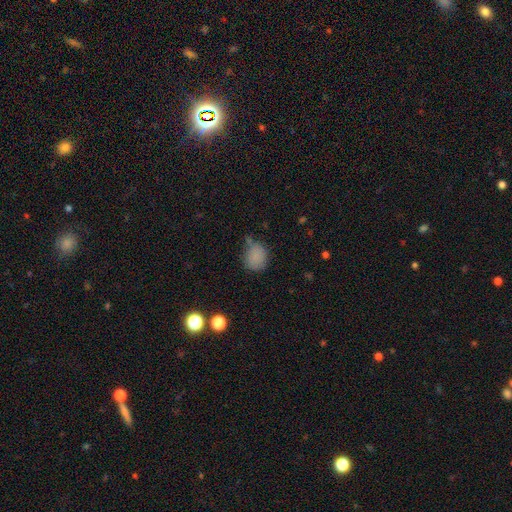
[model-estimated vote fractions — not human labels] Q: Smooth or featured?
A: smooth (82%); runner-up: star or artifact (12%)
Q: How rounded?
A: round (56%); runner-up: in between (43%)
Q: Merging?
A: none (61%); runner-up: minor disturbance (26%)